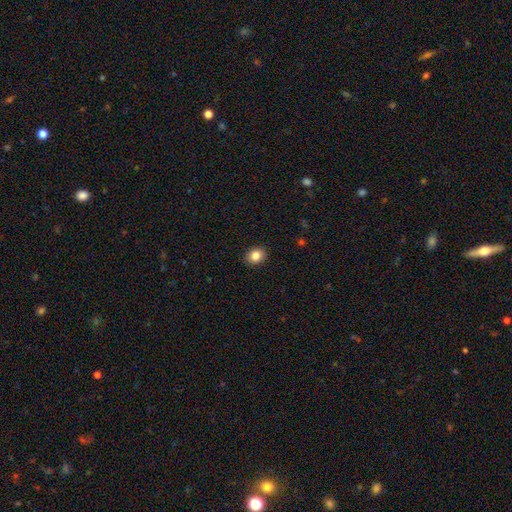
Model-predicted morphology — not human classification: A smooth galaxy with no disk features (84%) that is round (59%). Merging: none (91%).